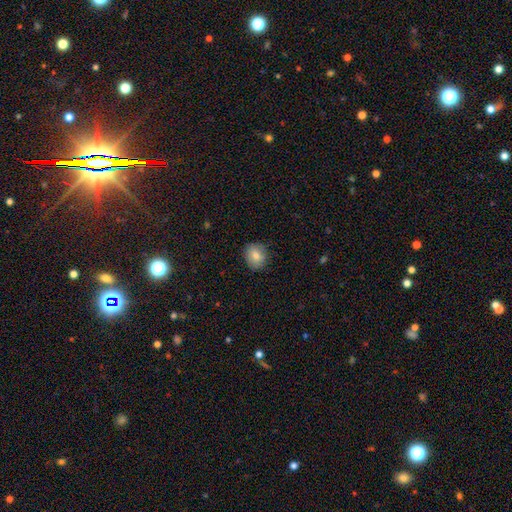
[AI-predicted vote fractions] Smooth or featured? smooth (80%)
How rounded? round (74%)
Merging? none (84%)